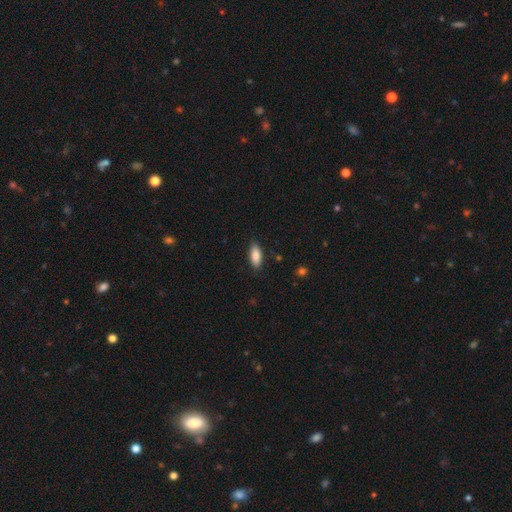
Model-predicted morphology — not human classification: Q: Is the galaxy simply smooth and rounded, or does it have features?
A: smooth — 87%.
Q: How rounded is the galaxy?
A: in between — 79%.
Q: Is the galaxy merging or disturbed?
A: none — 86%.